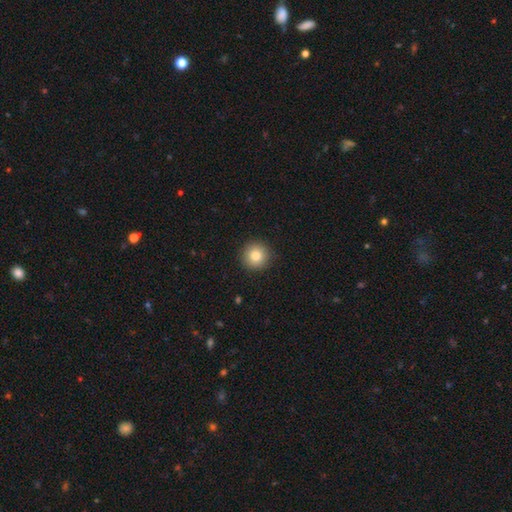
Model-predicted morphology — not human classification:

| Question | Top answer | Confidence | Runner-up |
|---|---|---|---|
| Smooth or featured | smooth | 83% | star or artifact (10%) |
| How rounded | round | 95% | in between (4%) |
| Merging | none | 92% | minor disturbance (5%) |